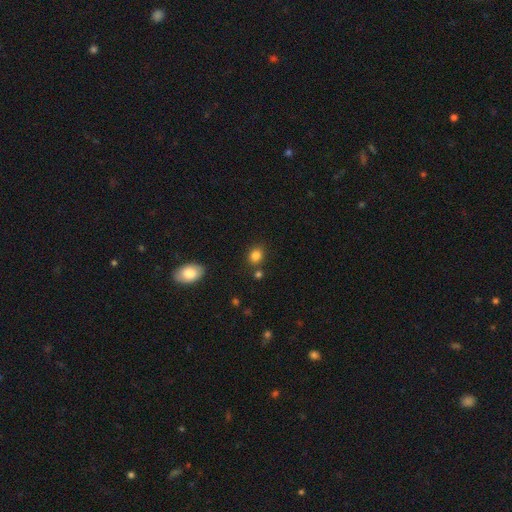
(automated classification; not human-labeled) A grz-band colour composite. It shows a smooth galaxy with no disk features (84%) that is round (58%). Merging: none (78%).